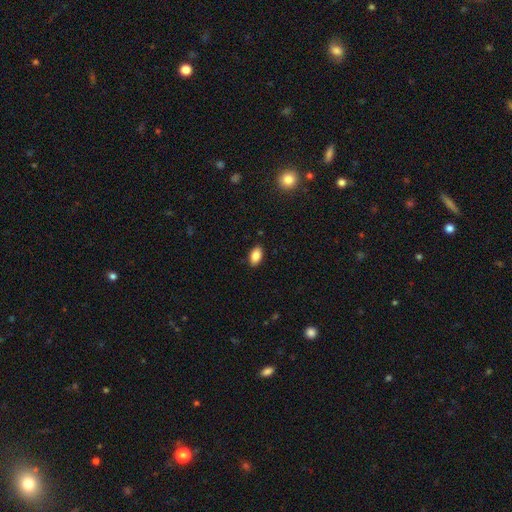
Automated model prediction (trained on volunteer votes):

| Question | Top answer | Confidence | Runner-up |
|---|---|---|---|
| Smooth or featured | smooth | 87% | star or artifact (8%) |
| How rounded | in between | 93% | round (5%) |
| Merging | none | 87% | minor disturbance (9%) |